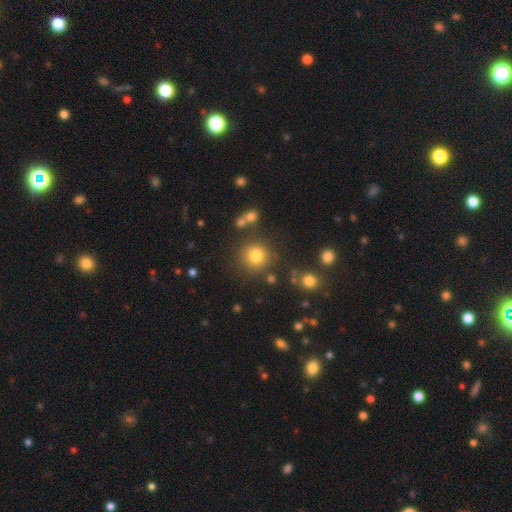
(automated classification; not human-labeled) This appears to be a smooth galaxy with no disk features (80%) that is round (93%). Merging: none (82%).